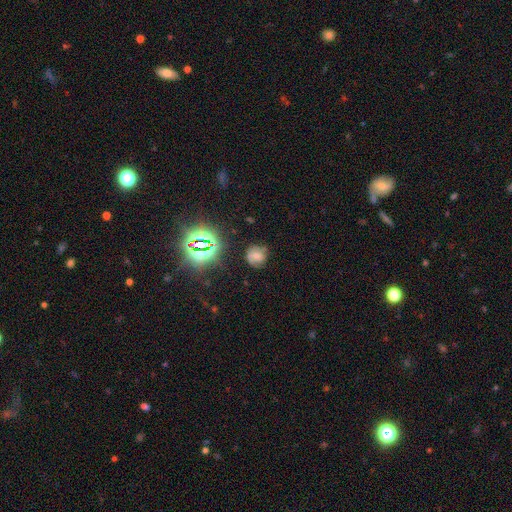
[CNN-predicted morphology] type=smooth (43%); merging=none (68%).